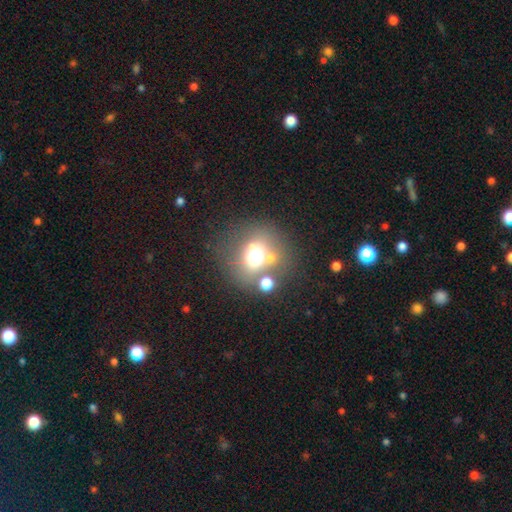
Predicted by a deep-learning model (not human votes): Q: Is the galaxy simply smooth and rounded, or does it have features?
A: smooth — 58%.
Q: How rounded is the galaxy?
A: round — 73%.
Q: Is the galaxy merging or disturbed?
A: none — 55%.